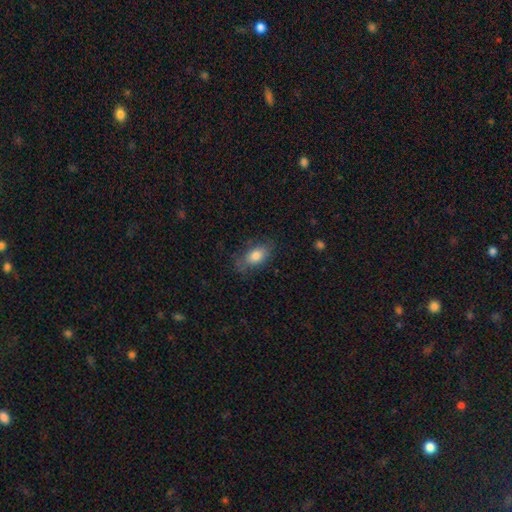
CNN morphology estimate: The model was most divided on "merging": none: 72%, minor disturbance: 20%, major disturbance: 7%, merger: 1%. More confident: how rounded — in between (88%); smooth or featured — smooth (81%).